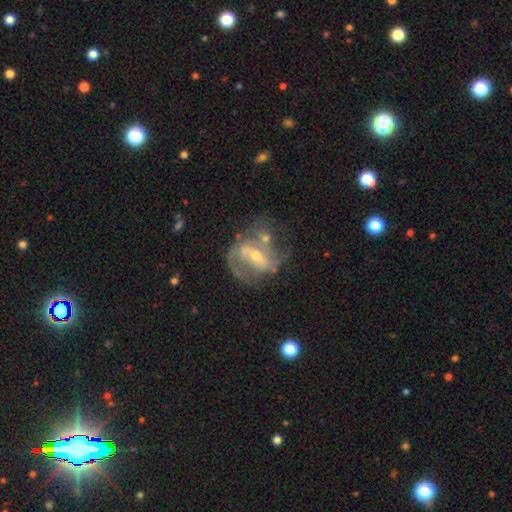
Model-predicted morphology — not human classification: The model was most divided on "bulge size" (2-way tie): moderate: 47%, small: 47%, large: 3%, none: 2%, dominant: 1%. Remaining: edge-on disk — no (96%); smooth or featured — featured or disk (79%); spiral arms — yes (78%); spiral arm count — 2 (59%); spiral winding — medium (47%); bar — weak (42%); merging — none (41%).